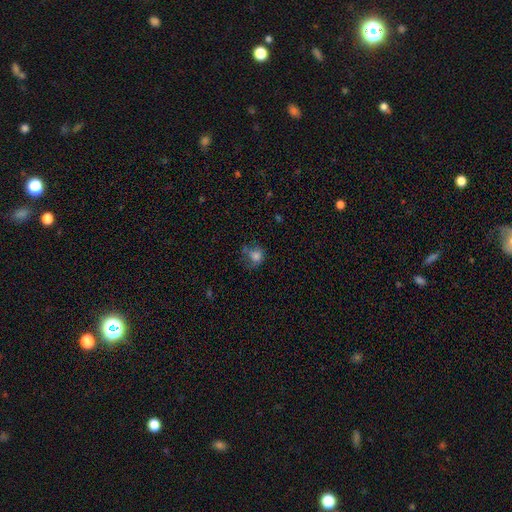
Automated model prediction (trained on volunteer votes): smooth_or_featured: smooth (p=0.76) [alt: star or artifact p=0.13]
how_rounded: round (p=0.70) [alt: in between p=0.29]
merging: none (p=0.44) [alt: minor disturbance p=0.28]